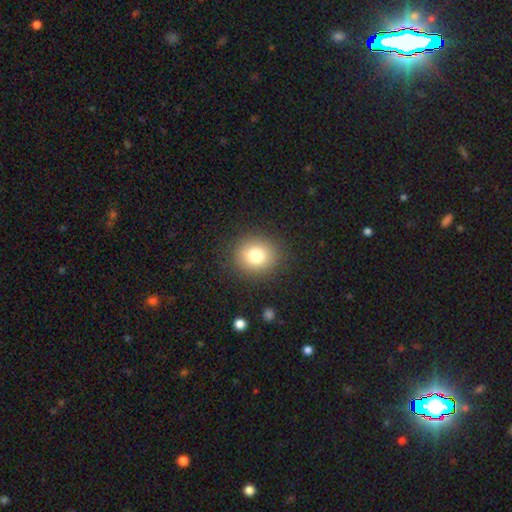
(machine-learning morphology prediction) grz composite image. It shows a smooth galaxy with no disk features (79%) that is round (82%). Merging: none (88%).